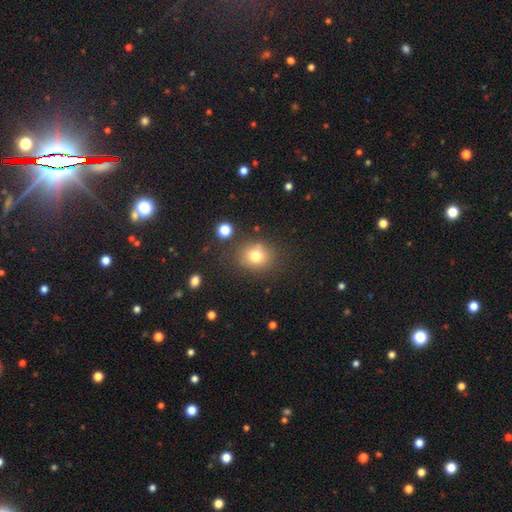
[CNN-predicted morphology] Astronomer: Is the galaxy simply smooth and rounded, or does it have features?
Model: smooth — 76%.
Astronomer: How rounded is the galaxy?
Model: round — 70%.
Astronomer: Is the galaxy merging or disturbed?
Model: none — 79%.